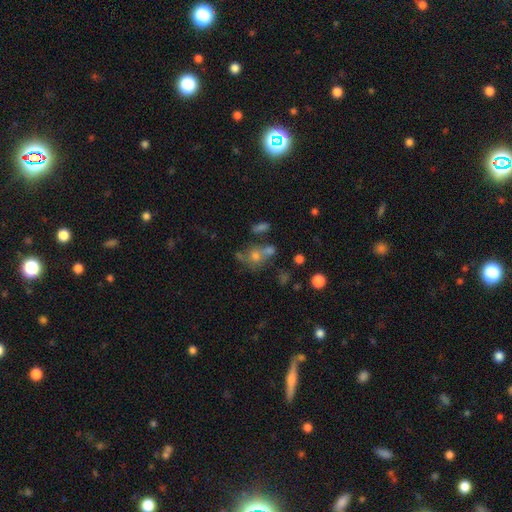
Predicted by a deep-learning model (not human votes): Smooth or featured? Predicted: smooth (p=0.56). How rounded? Predicted: round (p=0.68). Merging? Predicted: none (p=0.42).